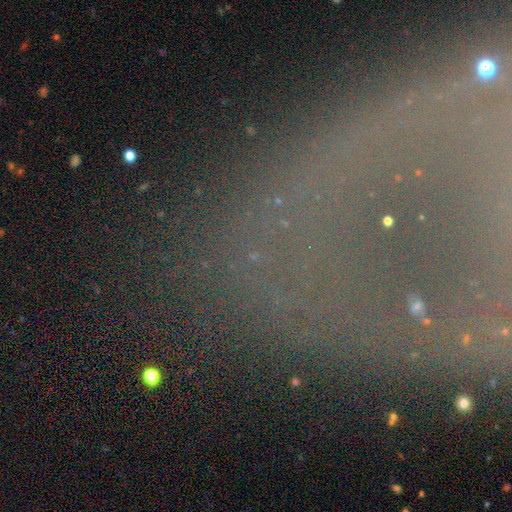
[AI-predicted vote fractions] A star or artifact, not a galaxy (60%).

Vote fractions:
- Smooth or featured? star or artifact: 60% / featured or disk: 23% / smooth: 17%